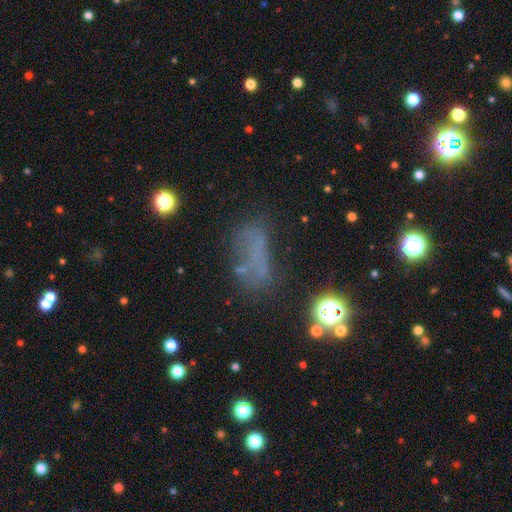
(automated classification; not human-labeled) This is possibly a smooth galaxy (46%). Merging: possibly none (49%).